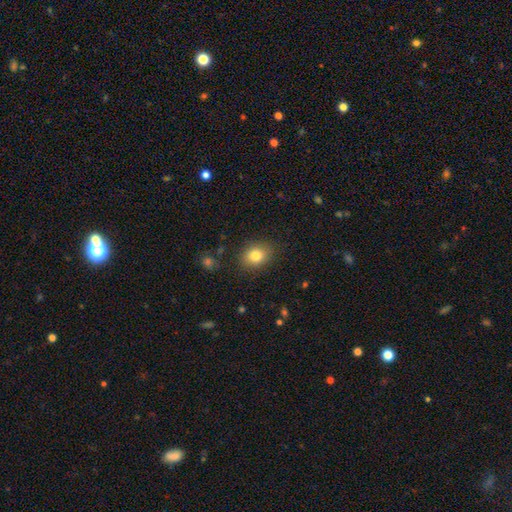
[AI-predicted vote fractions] The model was most divided on "how rounded": in between: 50%, round: 49%, cigar-shaped: 1%. More confident: merging — none (85%); smooth or featured — smooth (81%).